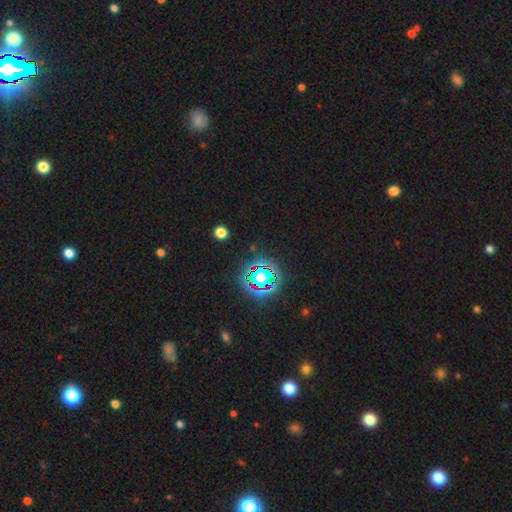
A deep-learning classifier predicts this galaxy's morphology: smooth-or-featured: star or artifact: 80% | smooth: 13% | featured or disk: 8%